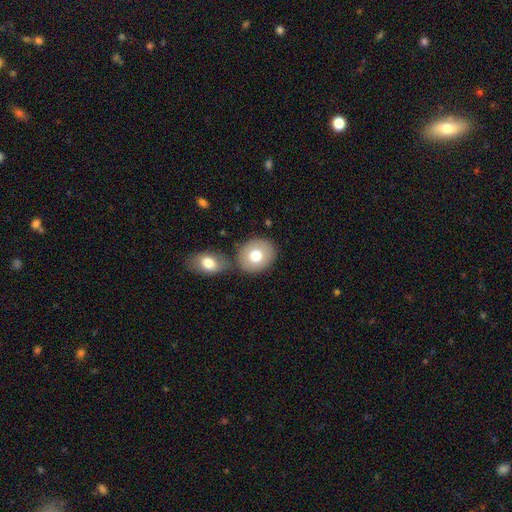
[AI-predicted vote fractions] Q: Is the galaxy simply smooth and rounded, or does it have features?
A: smooth — 74%.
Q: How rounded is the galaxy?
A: round — 66%.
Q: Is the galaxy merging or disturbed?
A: none — 70%.